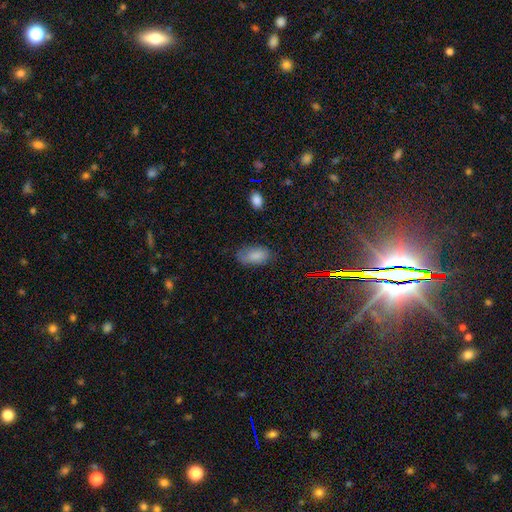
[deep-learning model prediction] Overall: smooth (82%). How rounded: in between (93%). Merging: none (66%).